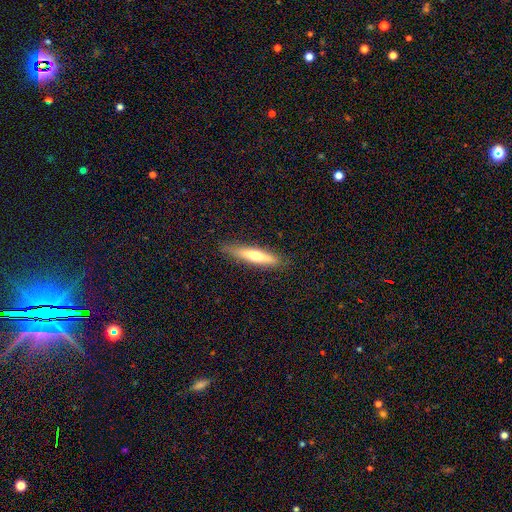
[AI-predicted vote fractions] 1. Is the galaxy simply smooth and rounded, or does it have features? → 54% smooth, 40% featured or disk, 6% star or artifact.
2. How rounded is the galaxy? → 87% cigar-shaped, 12% in between, 1% round.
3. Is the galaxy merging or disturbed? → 86% none, 11% minor disturbance, 2% major disturbance, 1% merger.